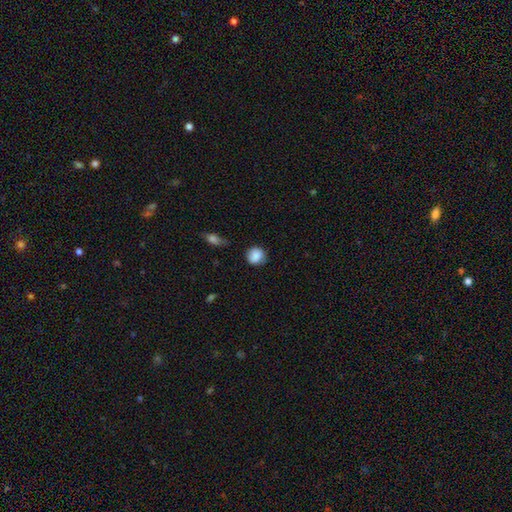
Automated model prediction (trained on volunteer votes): A smooth galaxy with no disk features (84%) that is round (84%).

Vote fractions:
- Smooth or featured? smooth: 84% / star or artifact: 8% / featured or disk: 8%
- How rounded? round: 84% / in between: 15% / cigar-shaped: 1%
- Merging? none: 74% / minor disturbance: 19% / major disturbance: 4% / merger: 2%